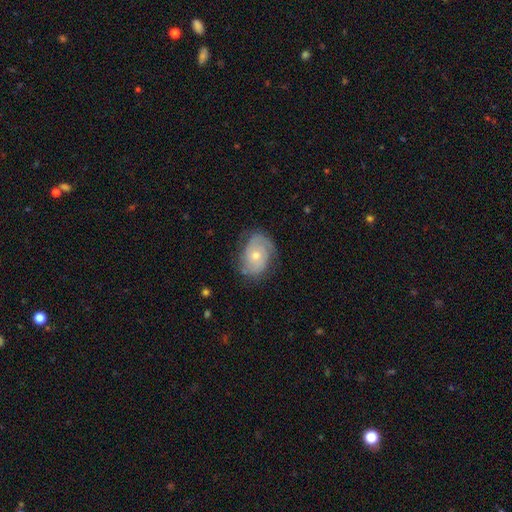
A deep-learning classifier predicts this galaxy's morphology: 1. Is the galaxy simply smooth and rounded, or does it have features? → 71% featured or disk, 22% smooth, 8% star or artifact.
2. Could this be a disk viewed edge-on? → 96% no, 4% yes.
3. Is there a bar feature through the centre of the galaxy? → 79% no, 18% weak, 3% strong.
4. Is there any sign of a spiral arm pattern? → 88% yes, 12% no.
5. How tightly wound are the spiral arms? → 51% tight, 35% medium, 14% loose.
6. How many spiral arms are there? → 59% 2, 23% can't tell, 9% 3, 5% 1, 3% 4, 2% more than 4.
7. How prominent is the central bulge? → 49% small, 48% moderate, 2% large, 1% none, 1% dominant.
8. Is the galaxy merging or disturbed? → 74% none, 18% minor disturbance, 6% major disturbance, 1% merger.